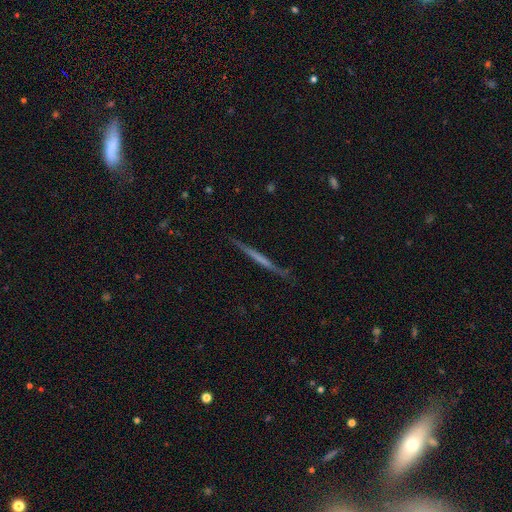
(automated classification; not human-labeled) Smooth or featured: featured or disk — 57% (smooth — 37%)
Edge-on disk: yes — 97% (no — 3%)
Edge-on bulge: none — 86% (rounded — 8%)
Merging: none — 87% (minor disturbance — 9%)